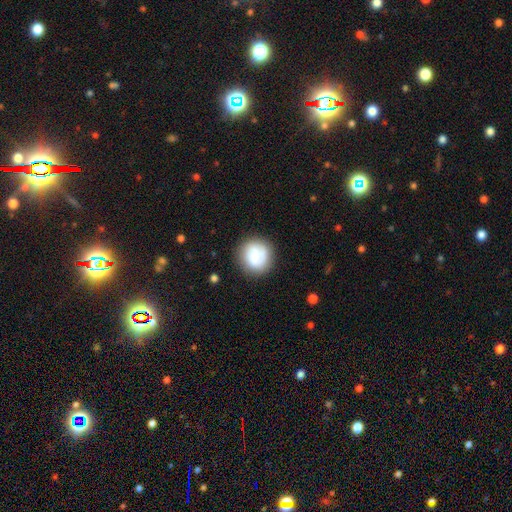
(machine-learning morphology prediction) Overall: smooth (65%; featured or disk 27%). How rounded: round (89%). Merging: none (79%).